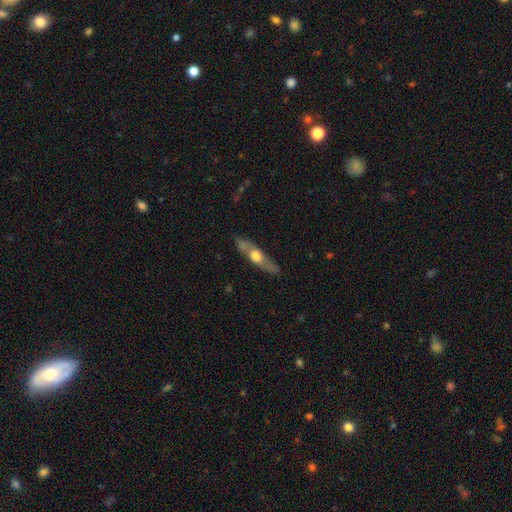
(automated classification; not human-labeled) Smooth or featured? Predicted: featured or disk (p=0.57). Edge-on disk? Predicted: yes (p=0.74). Merging? Predicted: none (p=0.80).